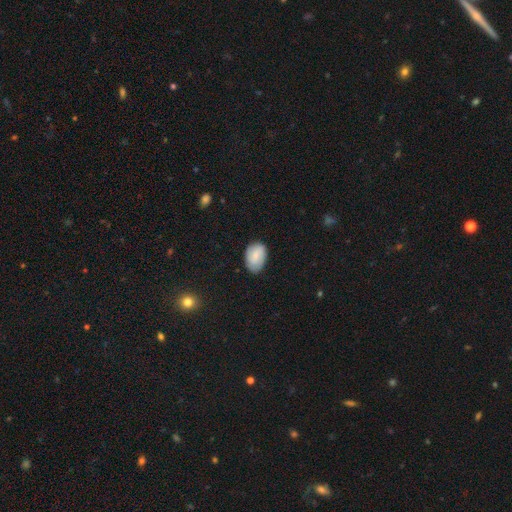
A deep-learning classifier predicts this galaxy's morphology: Q: Smooth or featured?
A: smooth (77%); runner-up: featured or disk (15%)
Q: How rounded?
A: in between (86%); runner-up: round (12%)
Q: Merging?
A: none (74%); runner-up: minor disturbance (21%)